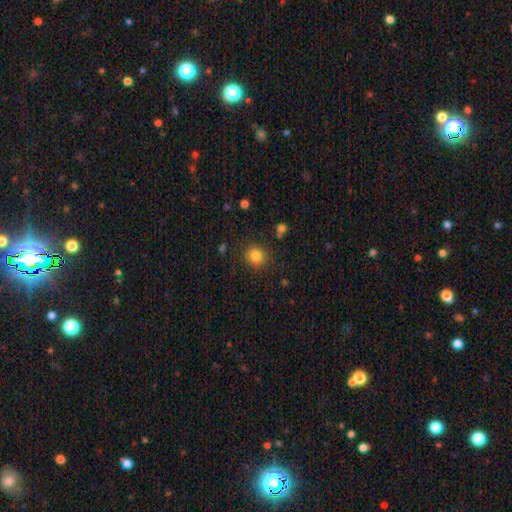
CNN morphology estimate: Smooth or featured?
  - smooth: 83% *
  - star or artifact: 12%
  - featured or disk: 5%
How rounded?
  - round: 75% *
  - in between: 24%
  - cigar-shaped: 1%
Merging?
  - none: 85% *
  - minor disturbance: 9%
  - major disturbance: 3%
  - merger: 2%